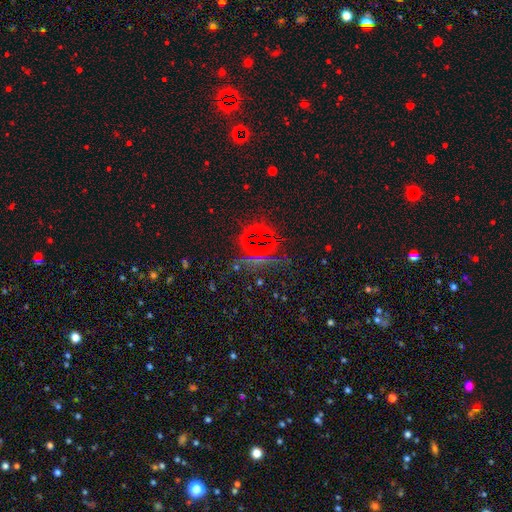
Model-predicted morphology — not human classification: type=star or artifact (71%).